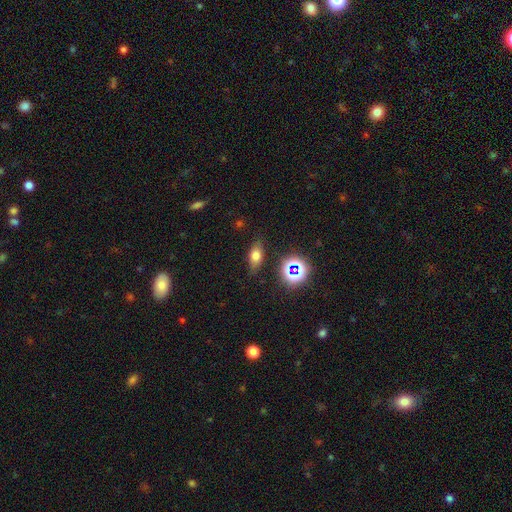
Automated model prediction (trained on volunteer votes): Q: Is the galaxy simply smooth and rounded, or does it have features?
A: smooth — 67%.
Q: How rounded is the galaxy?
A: in between — 76%.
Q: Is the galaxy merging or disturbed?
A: none — 81%.